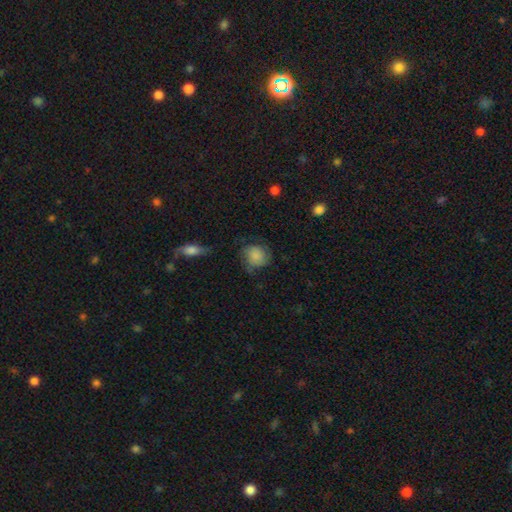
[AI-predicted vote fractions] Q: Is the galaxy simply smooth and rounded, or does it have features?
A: smooth — 76%.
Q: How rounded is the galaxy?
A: round — 76%.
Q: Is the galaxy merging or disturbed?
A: none — 61%.